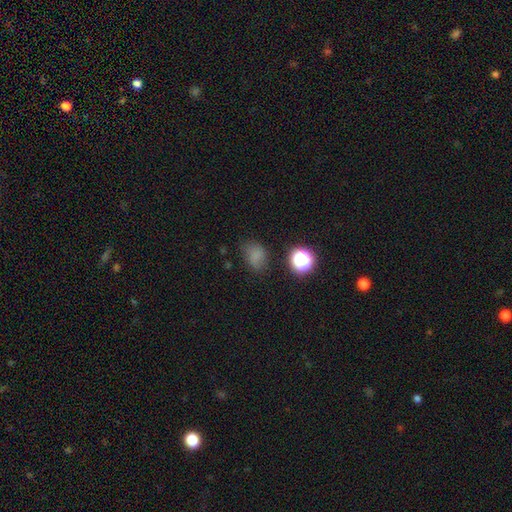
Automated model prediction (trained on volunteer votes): A smooth galaxy with no disk features (73%) that is in between round and cigar-shaped (59%).

Vote fractions:
- Smooth or featured? smooth: 73% / star or artifact: 19% / featured or disk: 8%
- How rounded? in between: 59% / round: 40% / cigar-shaped: 1%
- Merging? none: 65% / minor disturbance: 24% / major disturbance: 8% / merger: 3%